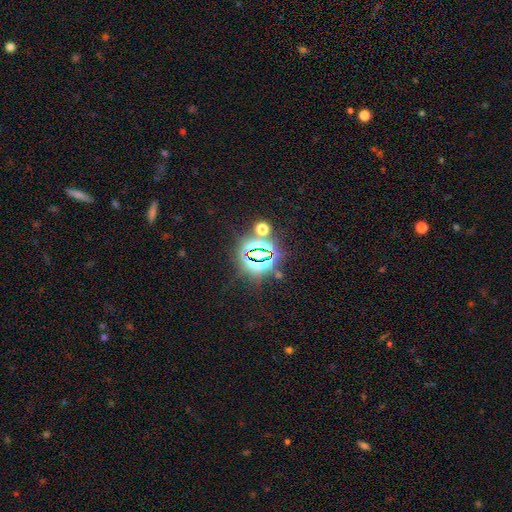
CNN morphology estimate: star or artifact 76%, smooth 16%, featured or disk 8%.